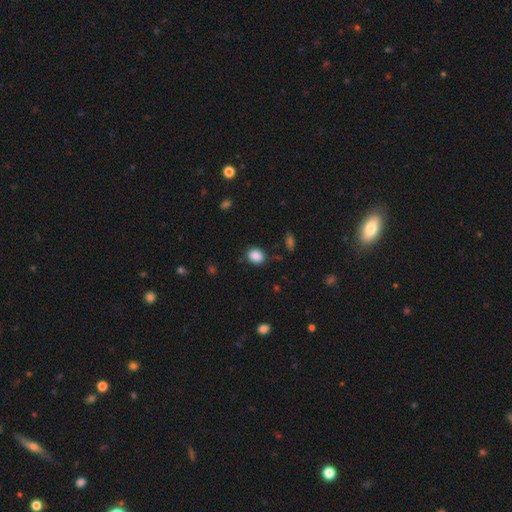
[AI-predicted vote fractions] smooth_or_featured: smooth (p=0.88) [alt: star or artifact p=0.09]
how_rounded: round (p=0.51) [alt: in between p=0.48]
merging: none (p=0.83) [alt: minor disturbance p=0.12]